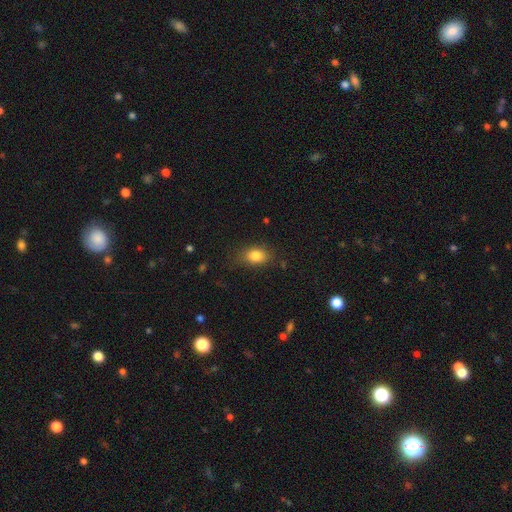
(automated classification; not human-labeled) Morphology: type=smooth (83%); roundness=in between (77%); merging=none (76%).